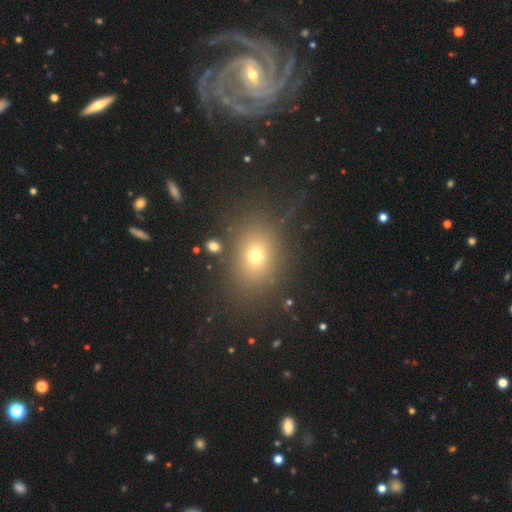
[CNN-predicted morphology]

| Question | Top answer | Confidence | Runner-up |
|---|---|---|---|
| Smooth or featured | smooth | 67% | star or artifact (20%) |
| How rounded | in between | 54% | round (44%) |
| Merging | none | 77% | minor disturbance (12%) |